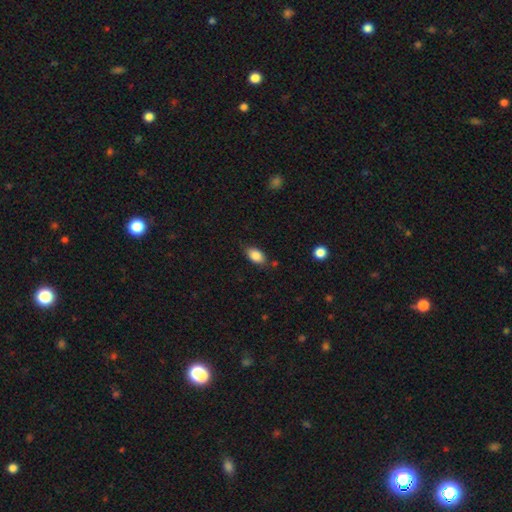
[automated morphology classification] type=smooth (86%); roundness=in between (90%); merging=none (76%).